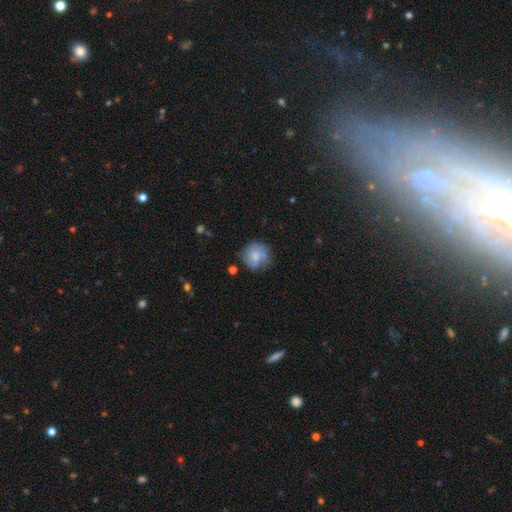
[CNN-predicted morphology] This is likely a smooth galaxy (61%). How rounded: clearly round (82%). Merging: possibly none (56%).